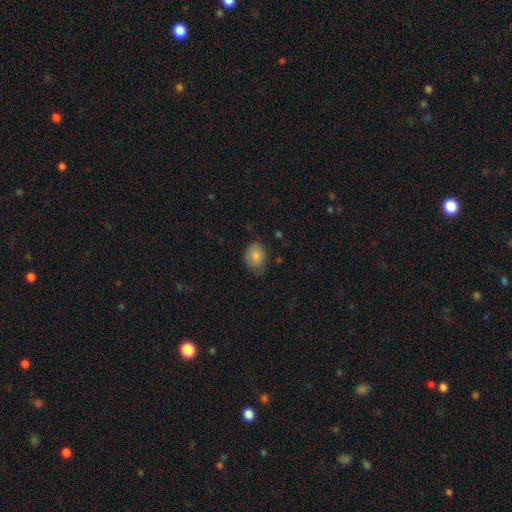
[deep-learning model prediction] Morphology: type=smooth (83%); roundness=in between (62%); merging=none (65%).